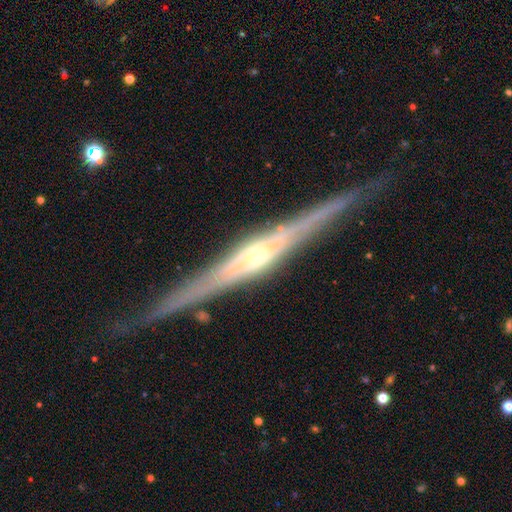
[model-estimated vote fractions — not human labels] Smooth or featured? featured or disk (87%)
Edge-on disk? yes (97%)
Edge-on bulge? rounded (57%)
Merging? none (85%)